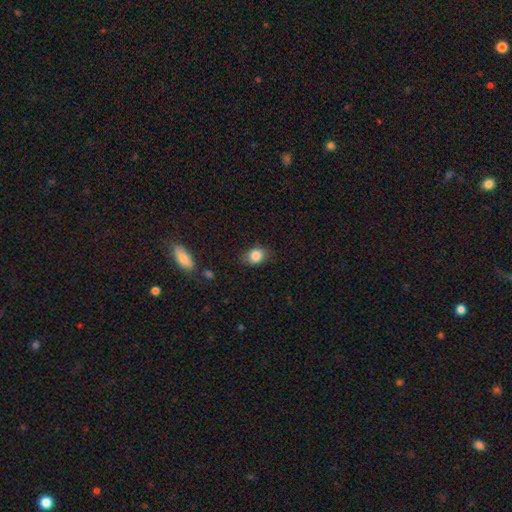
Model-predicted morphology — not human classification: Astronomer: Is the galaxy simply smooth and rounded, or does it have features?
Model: smooth — 85%.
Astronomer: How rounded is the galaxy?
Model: in between — 64%.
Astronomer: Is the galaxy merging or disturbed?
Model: none — 74%.